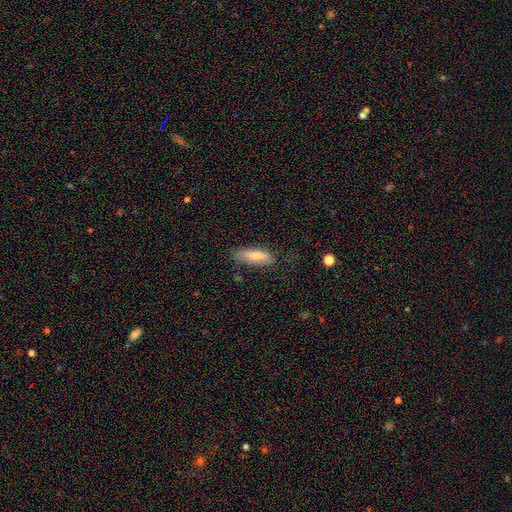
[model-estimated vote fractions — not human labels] Smooth or featured? Predicted: smooth (p=0.70). How rounded? Predicted: cigar-shaped (p=0.56). Merging? Predicted: none (p=0.74).